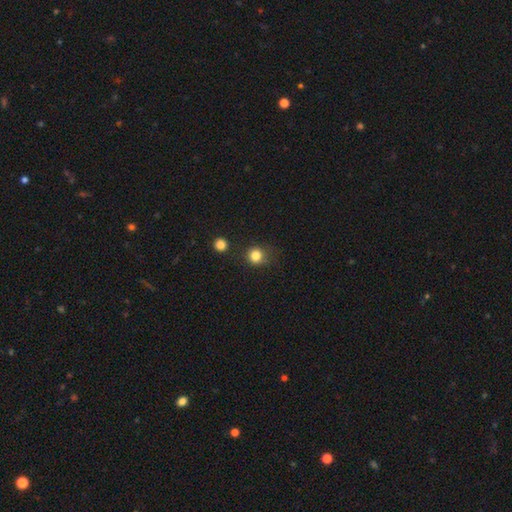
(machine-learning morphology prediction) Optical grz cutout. It shows a smooth galaxy with no disk features (83%) that is round (90%). Merging: none (79%).